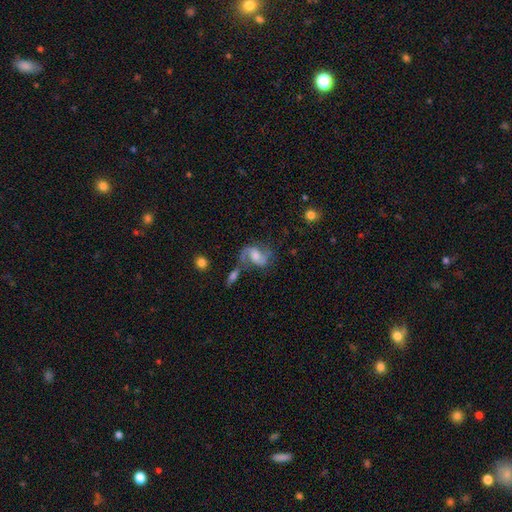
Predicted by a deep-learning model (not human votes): The model was most divided on "bar": weak: 43%, no: 42%, strong: 14%. Remaining: edge-on disk — no (97%); spiral arms — yes (93%); spiral arm count — 2 (85%); smooth or featured — featured or disk (77%); spiral winding — medium (46%); merging — none (45%); bulge size — moderate (44%).